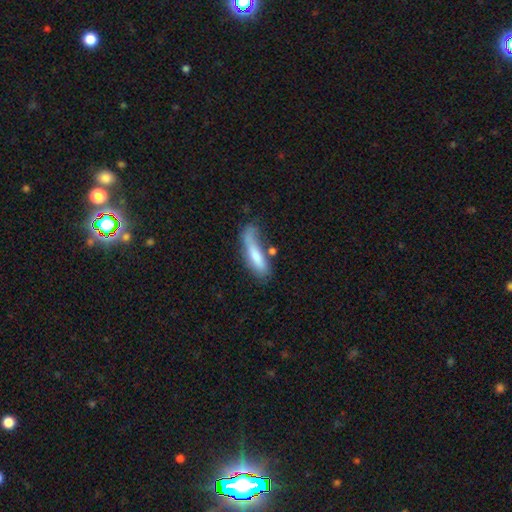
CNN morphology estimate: type=smooth (72%); roundness=cigar-shaped (67%); merging=none (41%).